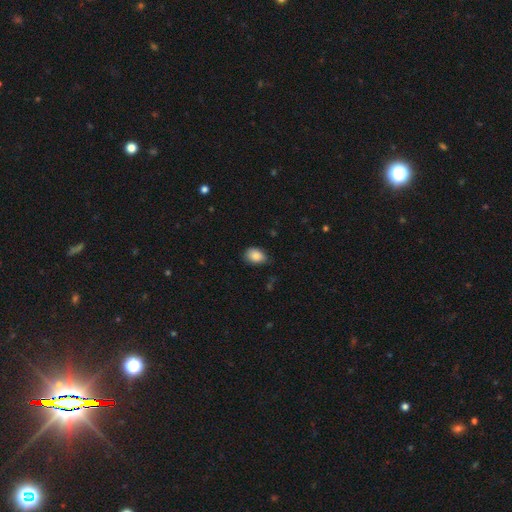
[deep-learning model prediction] The model was most divided on "merging": none: 72%, minor disturbance: 23%, major disturbance: 4%, merger: 1%. More confident: smooth or featured — smooth (87%); how rounded — in between (79%).